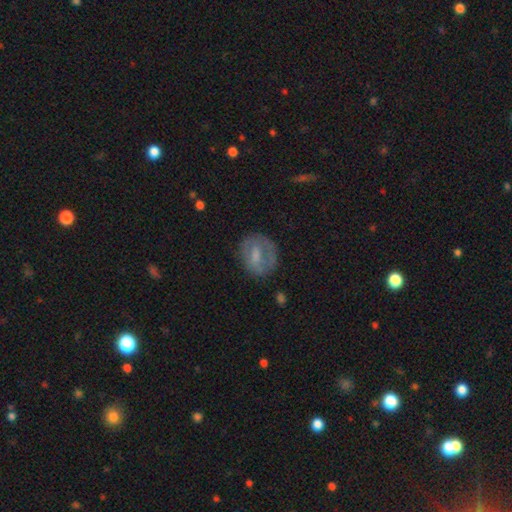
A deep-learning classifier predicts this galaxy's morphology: smooth_or_featured: smooth (p=0.49) [alt: featured or disk p=0.42]
merging: none (p=0.65) [alt: minor disturbance p=0.21]